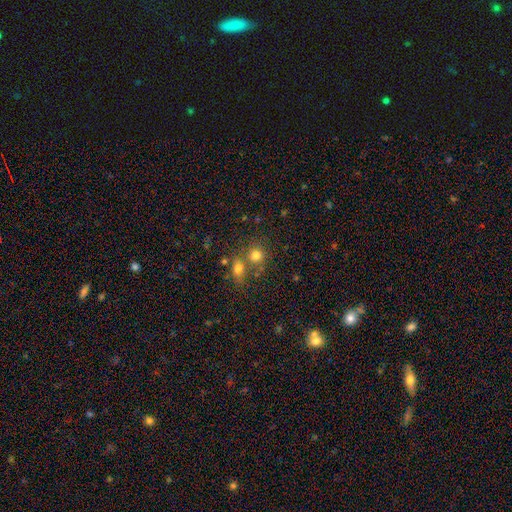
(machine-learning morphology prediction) Smooth or featured: smooth — 77% (star or artifact — 14%)
How rounded: round — 79% (in between — 20%)
Merging: none — 54% (merger — 34%)